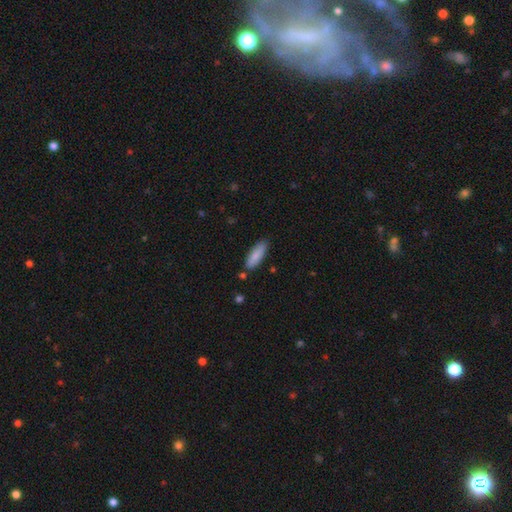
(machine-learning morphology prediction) Smooth or featured? smooth (86%)
How rounded? in between (56%)
Merging? none (80%)